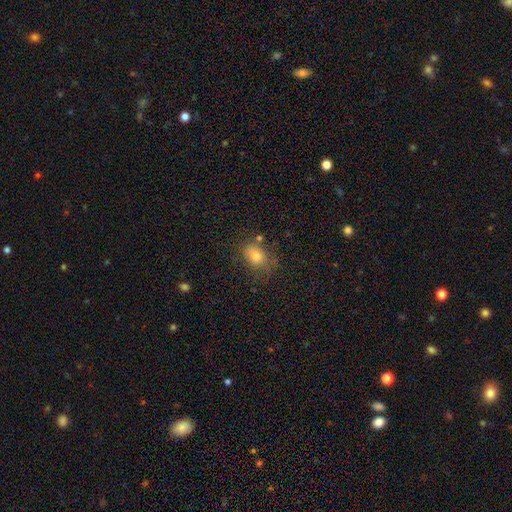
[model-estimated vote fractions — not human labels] Smooth or featured? Predicted: smooth (p=0.76). How rounded? Predicted: in between (p=0.59). Merging? Predicted: none (p=0.67).